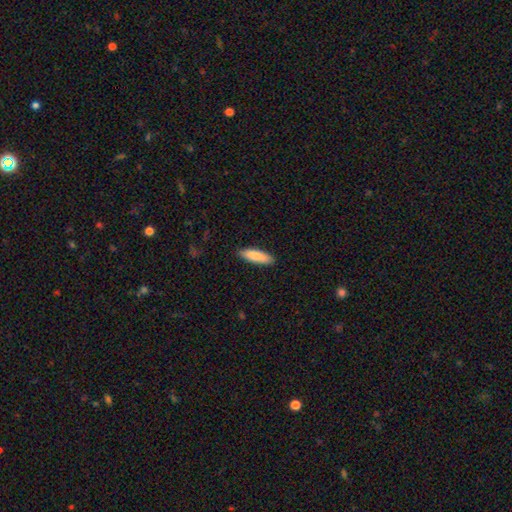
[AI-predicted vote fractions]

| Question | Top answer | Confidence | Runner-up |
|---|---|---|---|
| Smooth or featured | smooth | 87% | featured or disk (7%) |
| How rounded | cigar-shaped | 57% | in between (41%) |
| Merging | none | 88% | minor disturbance (9%) |